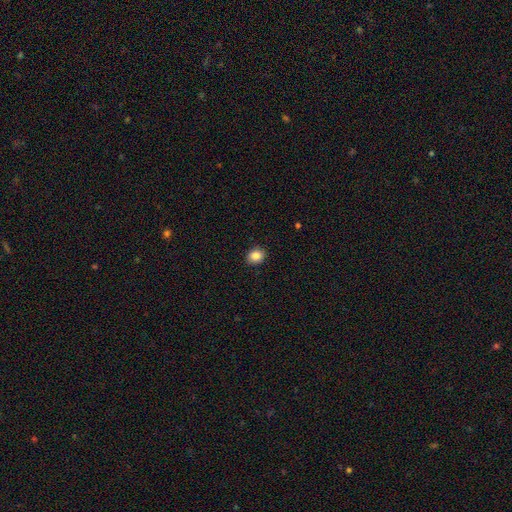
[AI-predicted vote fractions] Q: Smooth or featured?
A: smooth (87%); runner-up: star or artifact (9%)
Q: How rounded?
A: round (58%); runner-up: in between (41%)
Q: Merging?
A: none (89%); runner-up: minor disturbance (8%)